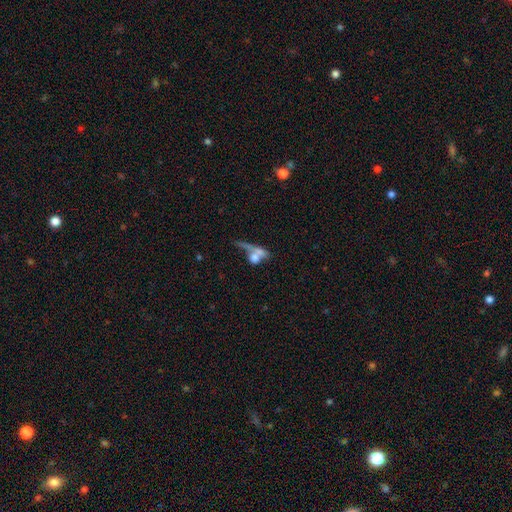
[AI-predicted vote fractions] smooth 59%, featured or disk 30%, star or artifact 11%. Down the decision tree: how rounded — in between (42%); merging — merger (52%).